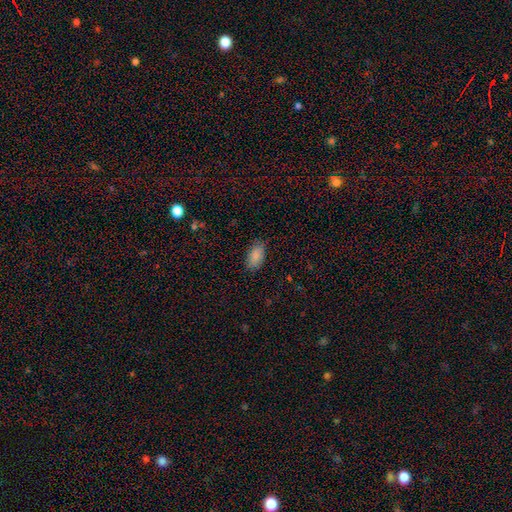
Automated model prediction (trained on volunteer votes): A smooth galaxy with no disk features (89%) that is in between round and cigar-shaped (93%).

Vote fractions:
- Smooth or featured? smooth: 89% / star or artifact: 7% / featured or disk: 4%
- How rounded? in between: 93% / cigar-shaped: 3% / round: 3%
- Merging? none: 85% / minor disturbance: 12% / major disturbance: 3% / merger: 1%